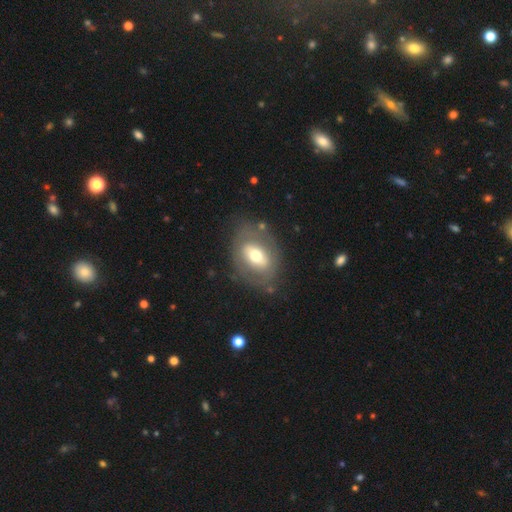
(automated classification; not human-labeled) smooth_or_featured: smooth (p=0.48) [alt: featured or disk p=0.45]
merging: none (p=0.73) [alt: minor disturbance p=0.15]